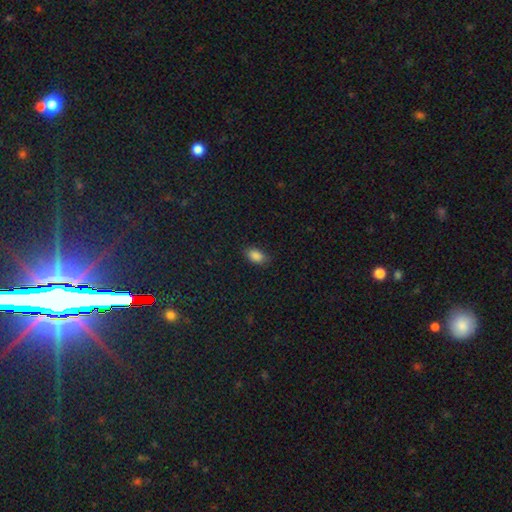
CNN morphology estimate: Smooth or featured? smooth (86%)
How rounded? in between (89%)
Merging? none (79%)